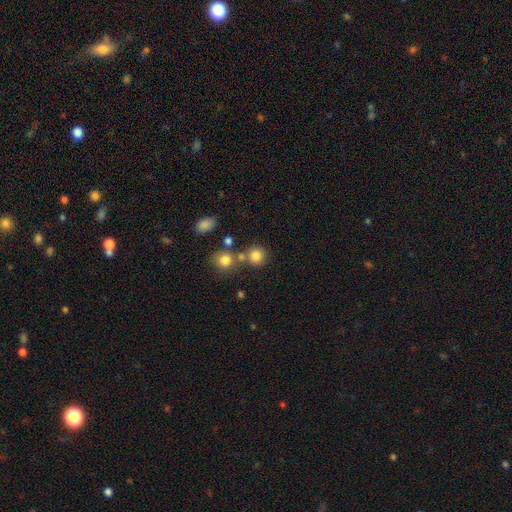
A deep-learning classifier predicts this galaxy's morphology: Smooth or featured: smooth — 81% (star or artifact — 13%)
How rounded: round — 88% (in between — 11%)
Merging: none — 67% (merger — 20%)